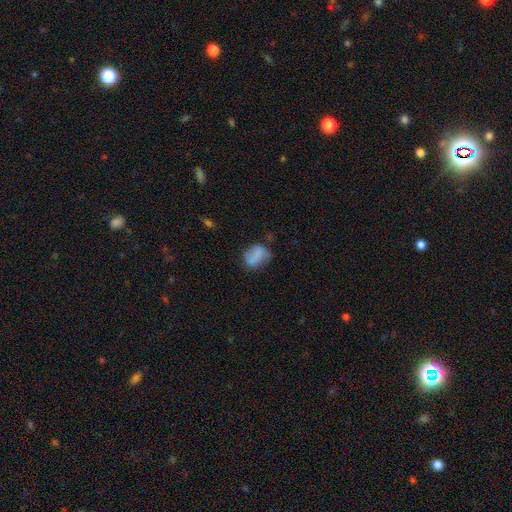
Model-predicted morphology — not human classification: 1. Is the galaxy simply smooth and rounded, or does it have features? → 71% smooth, 19% featured or disk, 9% star or artifact.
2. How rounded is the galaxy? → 66% in between, 32% round, 2% cigar-shaped.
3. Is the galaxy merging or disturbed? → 49% none, 30% minor disturbance, 13% major disturbance, 8% merger.